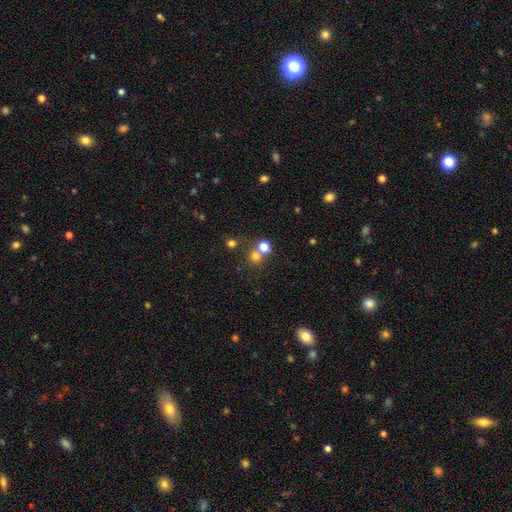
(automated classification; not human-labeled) smooth 70%, star or artifact 19%, featured or disk 10%. Down the decision tree: how rounded — round (88%); merging — none (55%).